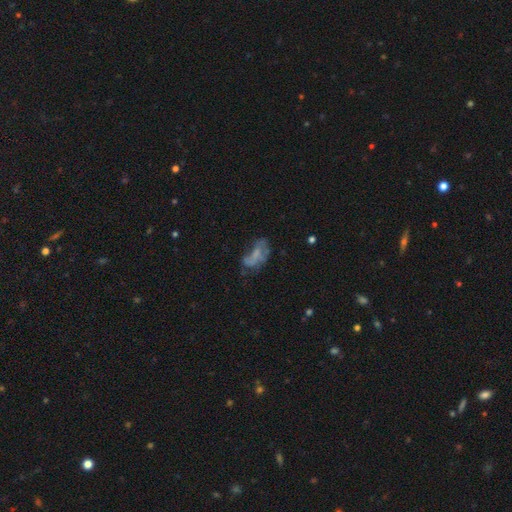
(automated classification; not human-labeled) A featured or disk galaxy (47%). Merging: major disturbance (36%).